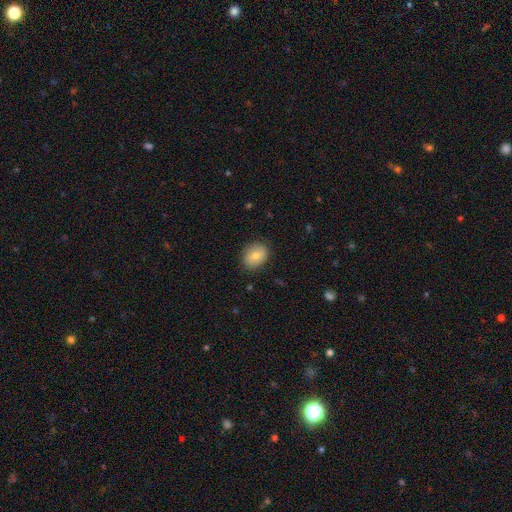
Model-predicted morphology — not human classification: Overall: smooth (71%). How rounded: in between (54%; round 45%). Merging: none (86%).